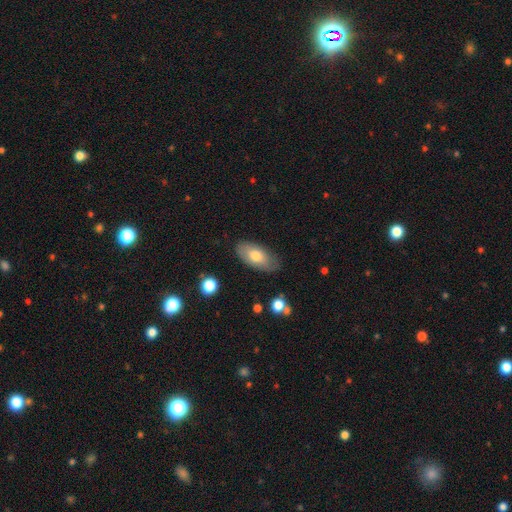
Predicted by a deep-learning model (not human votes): Morphology: type=smooth (71%); roundness=in between (92%); merging=none (77%).